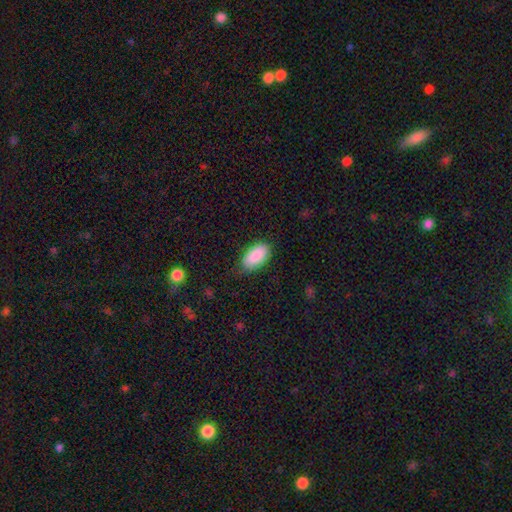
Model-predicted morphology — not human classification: Smooth or featured: smooth — 89% (star or artifact — 6%)
How rounded: in between — 94% (cigar-shaped — 3%)
Merging: none — 81% (minor disturbance — 15%)